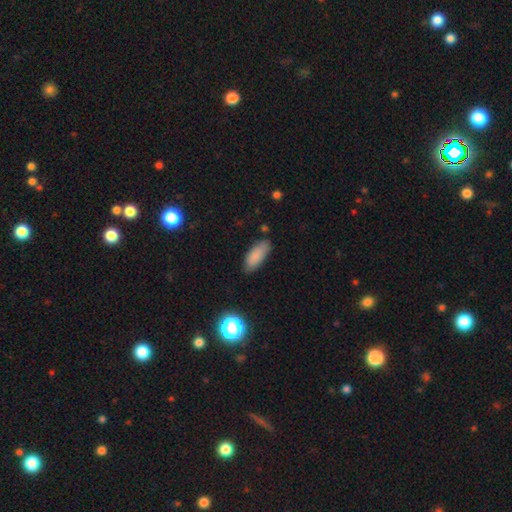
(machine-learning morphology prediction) Q: Smooth or featured?
A: smooth (86%); runner-up: star or artifact (8%)
Q: How rounded?
A: in between (79%); runner-up: cigar-shaped (19%)
Q: Merging?
A: none (78%); runner-up: minor disturbance (17%)